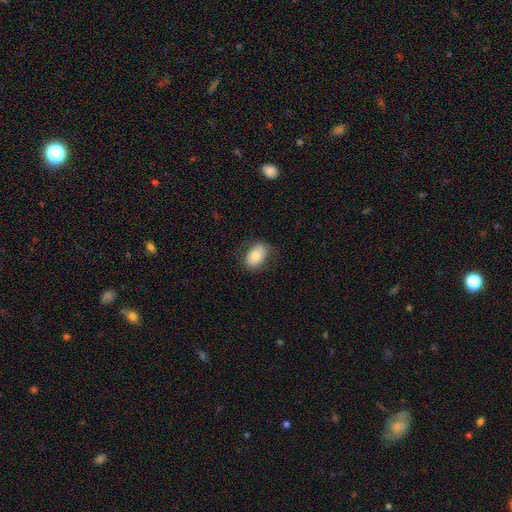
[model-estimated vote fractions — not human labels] Smooth or featured: smooth — 75% (featured or disk — 18%)
How rounded: in between — 82% (round — 16%)
Merging: none — 76% (minor disturbance — 18%)